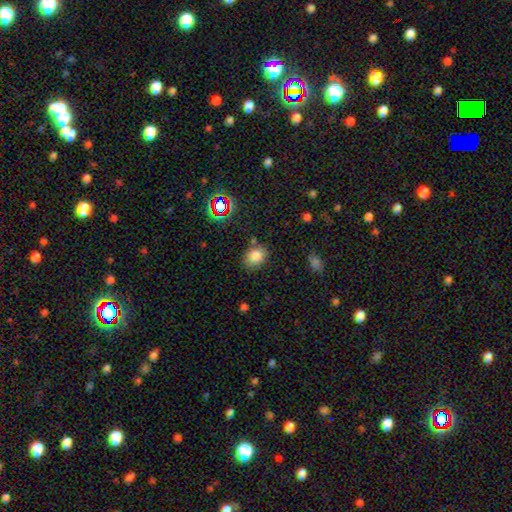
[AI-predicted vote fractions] Q: Smooth or featured?
A: smooth (80%); runner-up: star or artifact (13%)
Q: How rounded?
A: in between (57%); runner-up: round (42%)
Q: Merging?
A: none (74%); runner-up: minor disturbance (16%)